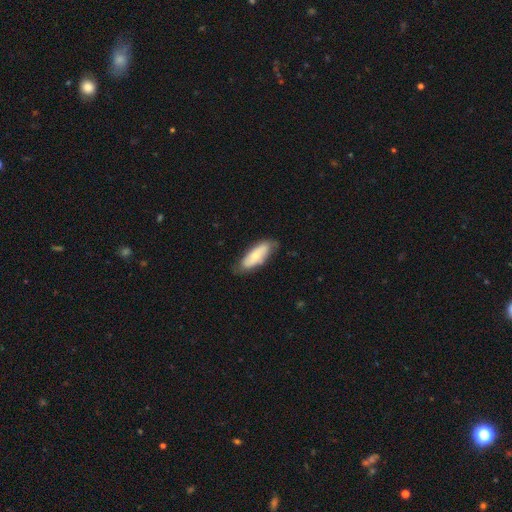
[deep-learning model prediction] This is likely a smooth galaxy (62%). How rounded: likely in between (67%). Merging: likely none (73%).